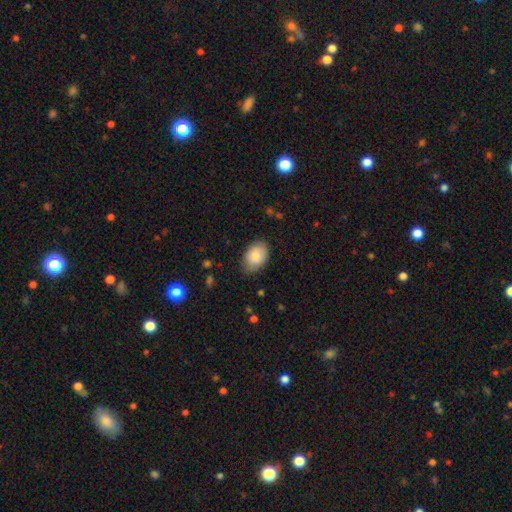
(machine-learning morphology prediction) smooth_or_featured: smooth (p=0.84) [alt: featured or disk p=0.10]
how_rounded: in between (p=0.85) [alt: round p=0.14]
merging: none (p=0.78) [alt: minor disturbance p=0.18]